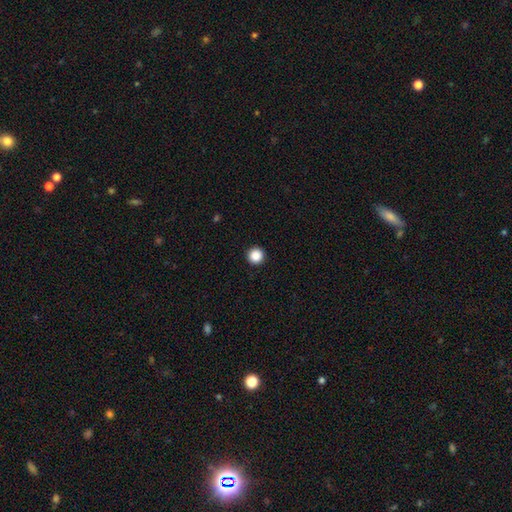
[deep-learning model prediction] Q: Smooth or featured?
A: smooth (88%); runner-up: star or artifact (10%)
Q: How rounded?
A: round (97%); runner-up: in between (2%)
Q: Merging?
A: none (94%); runner-up: minor disturbance (4%)